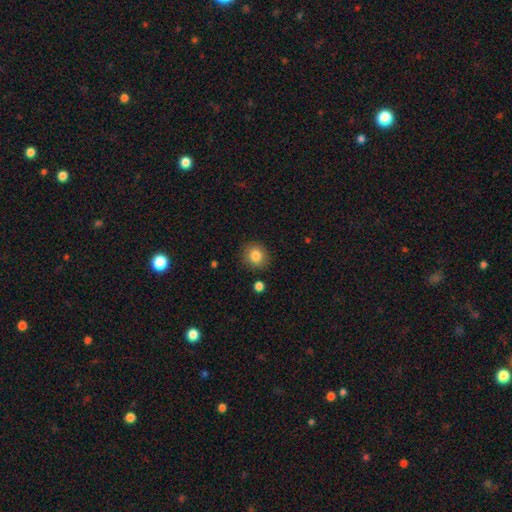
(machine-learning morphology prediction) The model was most divided on "how rounded": round: 84%, in between: 15%, cigar-shaped: 1%. More confident: merging — none (88%); smooth or featured — smooth (83%).